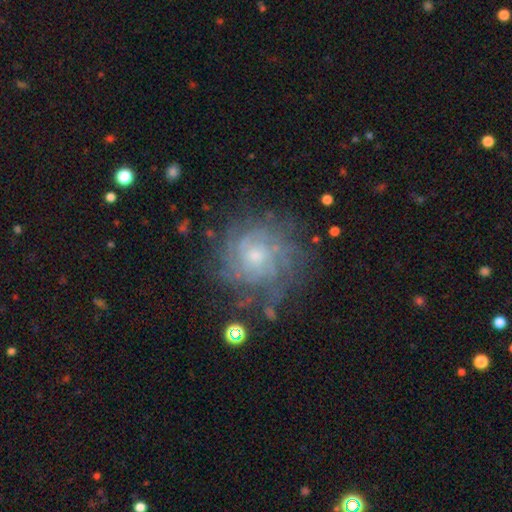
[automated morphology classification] A featured or disk galaxy (79%) with no bar (76%), tight (68%) spiral arms (93%) and a small central bulge (60%). Merging: none (74%).